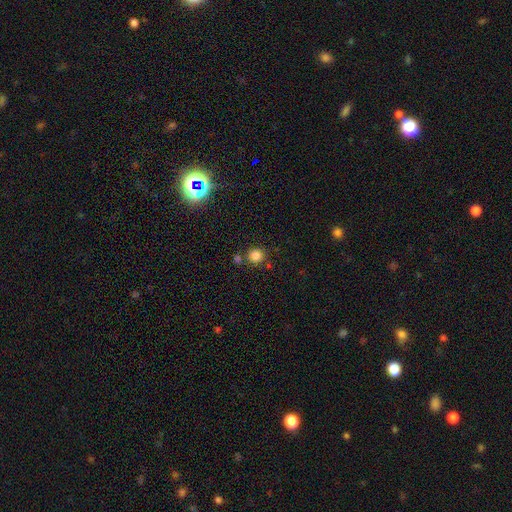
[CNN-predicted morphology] smooth 82%, star or artifact 13%, featured or disk 4%. Down the decision tree: how rounded — round (91%); merging — none (76%).